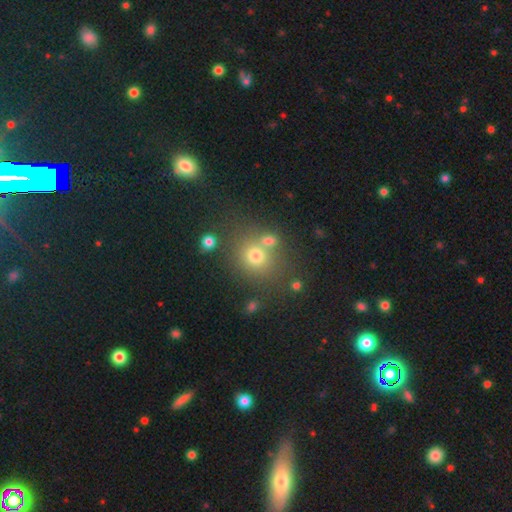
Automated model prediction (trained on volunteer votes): Smooth or featured? smooth (70%)
How rounded? round (74%)
Merging? none (61%)